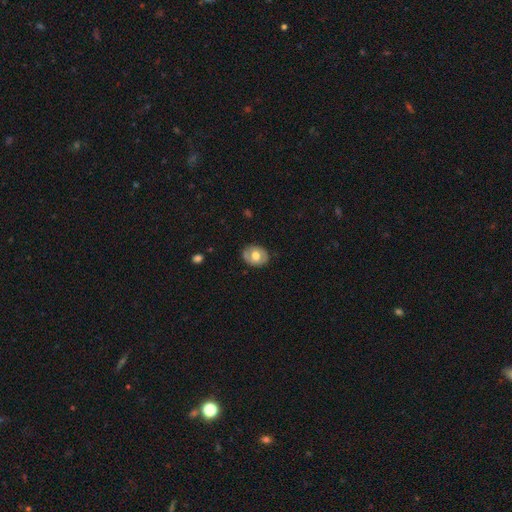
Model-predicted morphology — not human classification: The model was most divided on "smooth or featured": smooth: 52%, featured or disk: 42%, star or artifact: 7%. More confident: merging — none (81%); how rounded — in between (58%).